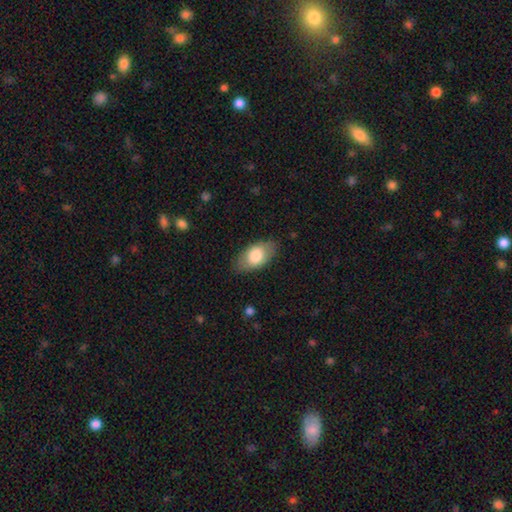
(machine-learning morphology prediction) smooth 77%, featured or disk 17%, star or artifact 6%. Down the decision tree: how rounded — in between (93%); merging — none (81%).